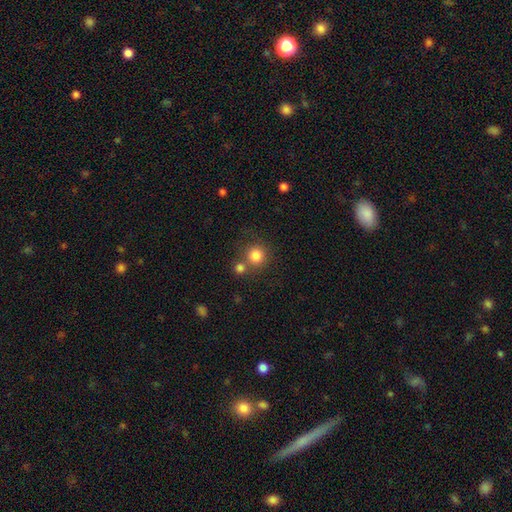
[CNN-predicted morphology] Overall: smooth (82%). How rounded: round (92%). Merging: none (66%).